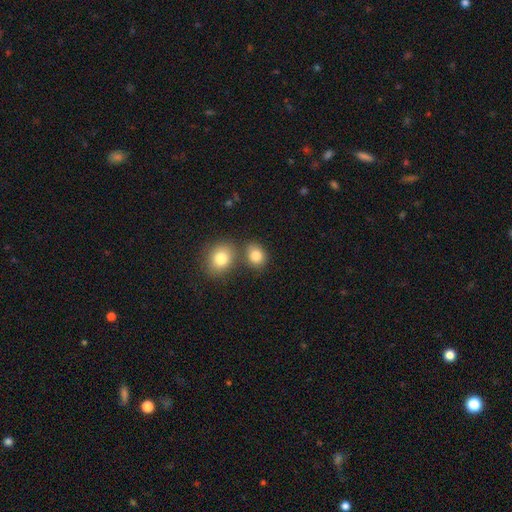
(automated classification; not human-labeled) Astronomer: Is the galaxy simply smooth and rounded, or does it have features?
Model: smooth — 83%.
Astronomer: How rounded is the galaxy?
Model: round — 59% (runner-up: in between, 40%).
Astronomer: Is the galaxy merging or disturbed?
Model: none — 60%.